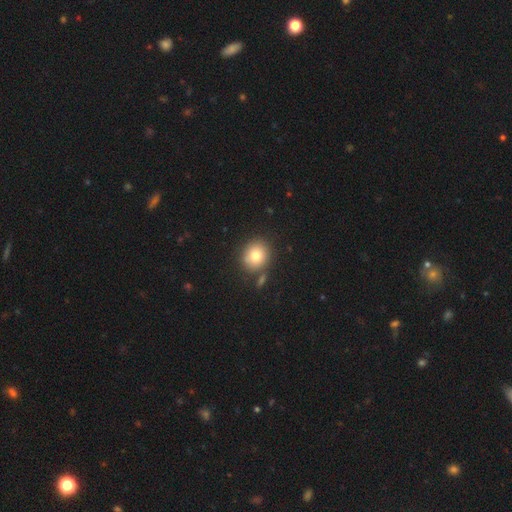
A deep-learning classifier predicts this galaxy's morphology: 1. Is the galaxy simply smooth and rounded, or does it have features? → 79% smooth, 10% featured or disk, 10% star or artifact.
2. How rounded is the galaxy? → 80% round, 19% in between, 1% cigar-shaped.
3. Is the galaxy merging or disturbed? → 77% none, 10% minor disturbance, 9% merger, 3% major disturbance.